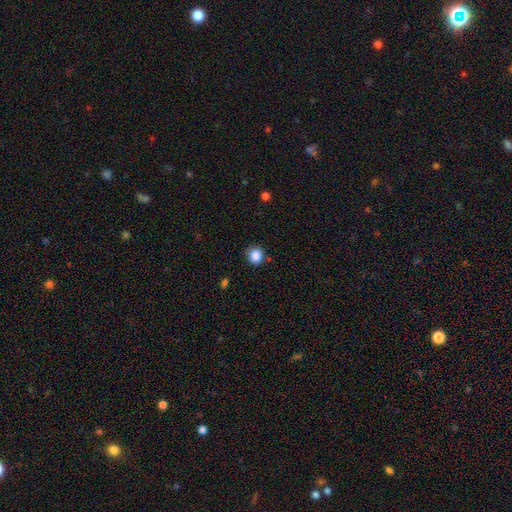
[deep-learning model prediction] A smooth galaxy with no disk features (86%) that is round (81%).

Vote fractions:
- Smooth or featured? smooth: 86% / star or artifact: 10% / featured or disk: 4%
- How rounded? round: 81% / in between: 18% / cigar-shaped: 1%
- Merging? none: 82% / minor disturbance: 13% / major disturbance: 3% / merger: 2%